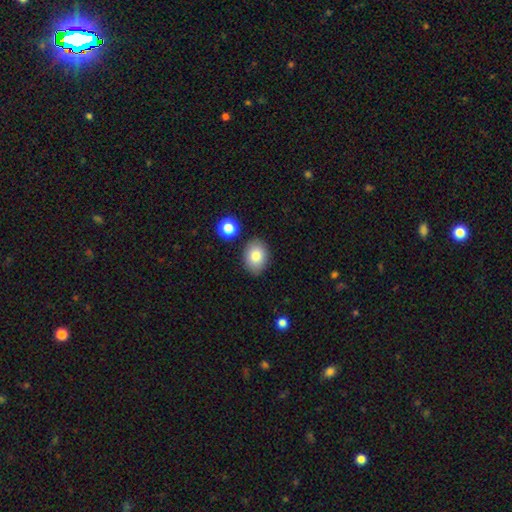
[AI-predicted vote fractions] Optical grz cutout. It shows a smooth galaxy with no disk features (83%) that is in between round and cigar-shaped (70%). Merging: none (84%).